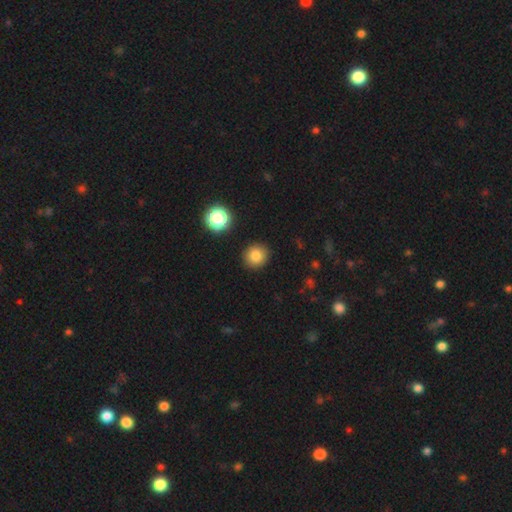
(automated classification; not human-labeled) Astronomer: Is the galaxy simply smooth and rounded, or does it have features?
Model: smooth — 82%.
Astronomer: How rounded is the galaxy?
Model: round — 88%.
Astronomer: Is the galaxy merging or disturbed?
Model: none — 90%.